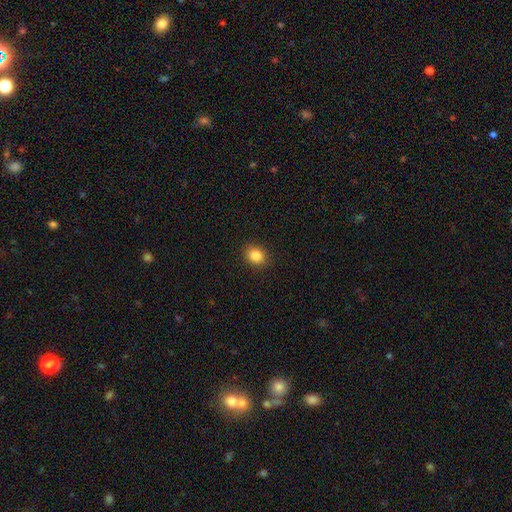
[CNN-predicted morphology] smooth_or_featured: smooth (p=0.84) [alt: star or artifact p=0.10]
how_rounded: round (p=0.59) [alt: in between p=0.40]
merging: none (p=0.90) [alt: minor disturbance p=0.07]